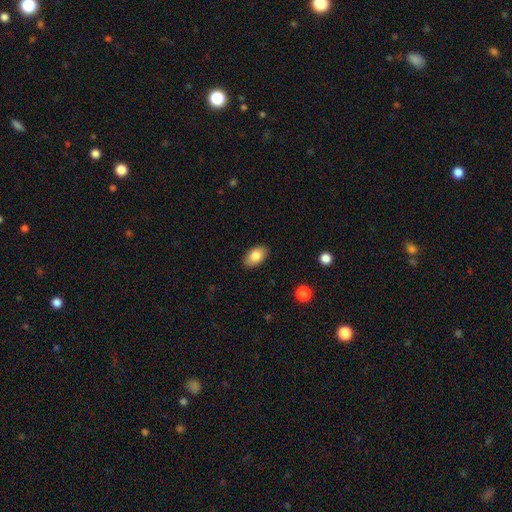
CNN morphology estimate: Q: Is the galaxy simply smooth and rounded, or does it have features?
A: smooth — 85%.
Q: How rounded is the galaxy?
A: in between — 91%.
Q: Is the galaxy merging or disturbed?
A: none — 87%.